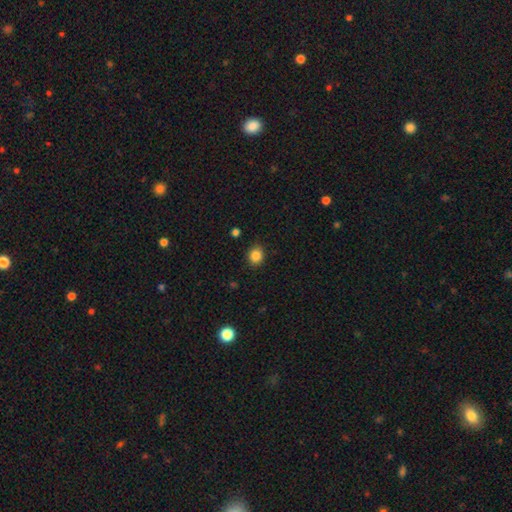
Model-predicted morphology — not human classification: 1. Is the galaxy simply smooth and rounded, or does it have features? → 85% smooth, 11% star or artifact, 4% featured or disk.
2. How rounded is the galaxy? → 78% round, 21% in between, 1% cigar-shaped.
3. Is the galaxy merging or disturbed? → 89% none, 8% minor disturbance, 2% major disturbance, 1% merger.